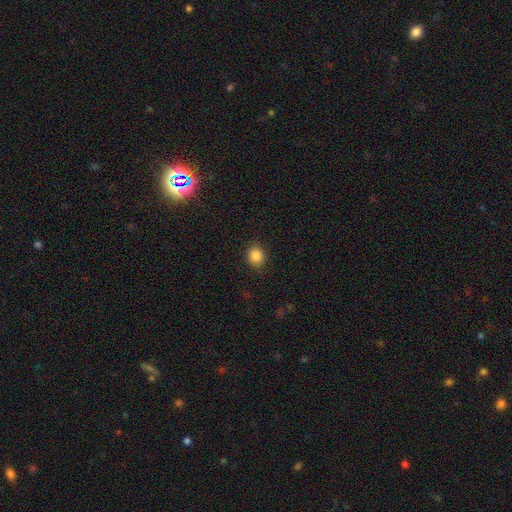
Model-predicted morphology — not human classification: Smooth or featured?
  - smooth: 86% *
  - star or artifact: 11%
  - featured or disk: 4%
How rounded?
  - round: 78% *
  - in between: 21%
  - cigar-shaped: 1%
Merging?
  - none: 89% *
  - minor disturbance: 8%
  - major disturbance: 3%
  - merger: 1%